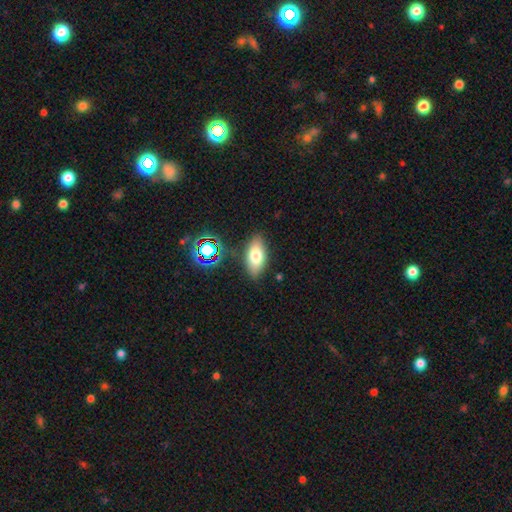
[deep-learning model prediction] The model was most divided on "smooth or featured": smooth: 73%, featured or disk: 17%, star or artifact: 10%. More confident: how rounded — in between (88%); merging — none (81%).